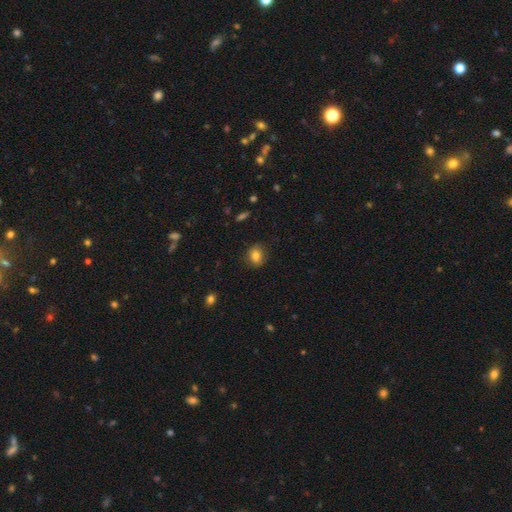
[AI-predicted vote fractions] Smooth or featured?
  - smooth: 81% *
  - star or artifact: 10%
  - featured or disk: 9%
How rounded?
  - round: 63% *
  - in between: 36%
  - cigar-shaped: 1%
Merging?
  - none: 85% *
  - minor disturbance: 11%
  - major disturbance: 3%
  - merger: 1%